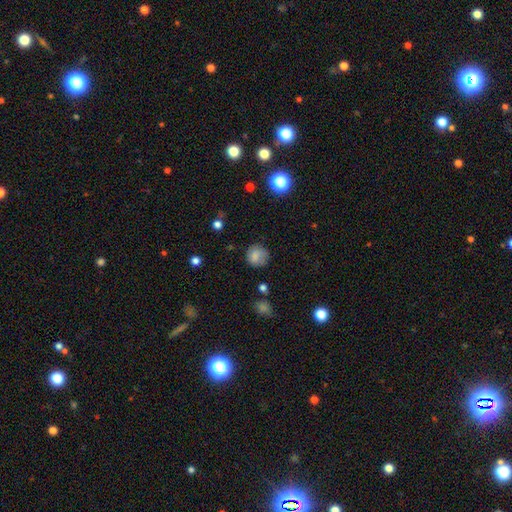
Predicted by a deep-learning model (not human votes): Smooth or featured? smooth (81%)
How rounded? round (89%)
Merging? none (75%)